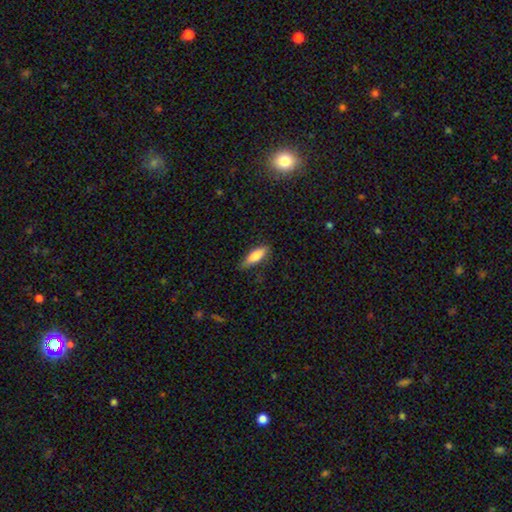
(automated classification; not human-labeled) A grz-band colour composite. It shows a smooth galaxy with no disk features (81%) that is in between round and cigar-shaped (56%). Merging: none (77%).